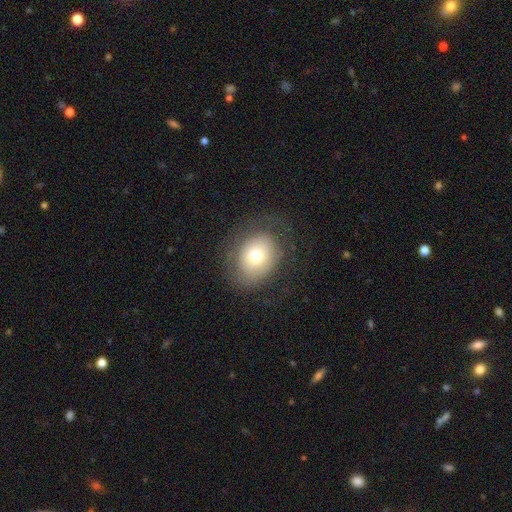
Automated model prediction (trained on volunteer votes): This is likely a smooth galaxy (68%). How rounded: possibly in between (51%). Merging: likely none (69%).